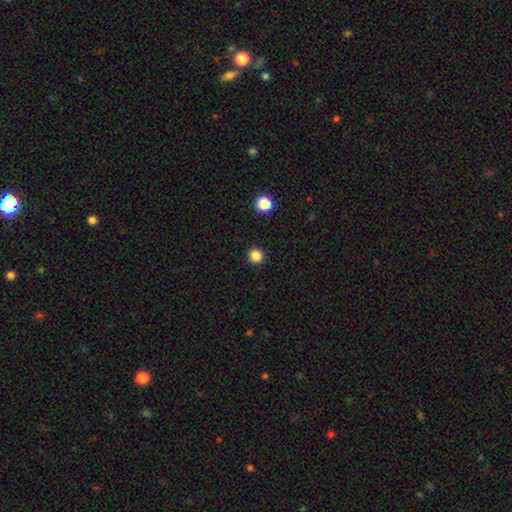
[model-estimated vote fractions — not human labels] Q: Smooth or featured?
A: smooth (85%); runner-up: star or artifact (12%)
Q: How rounded?
A: round (95%); runner-up: in between (4%)
Q: Merging?
A: none (93%); runner-up: minor disturbance (4%)